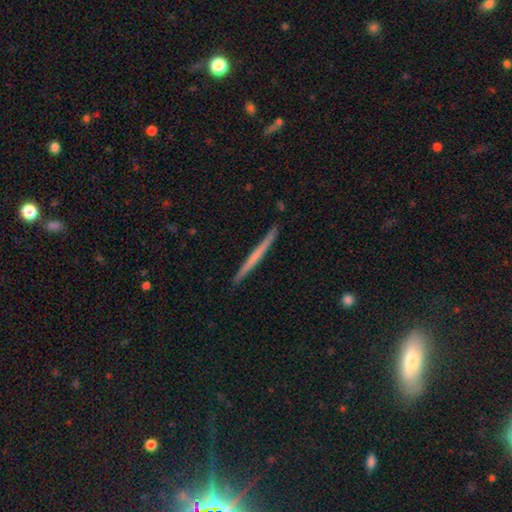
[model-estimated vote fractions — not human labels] smooth_or_featured: featured or disk (p=0.52) [alt: smooth p=0.43]
disk_edge_on: yes (p=0.98) [alt: no p=0.02]
edge_on_bulge: none (p=0.86) [alt: rounded p=0.10]
merging: none (p=0.92) [alt: minor disturbance p=0.06]